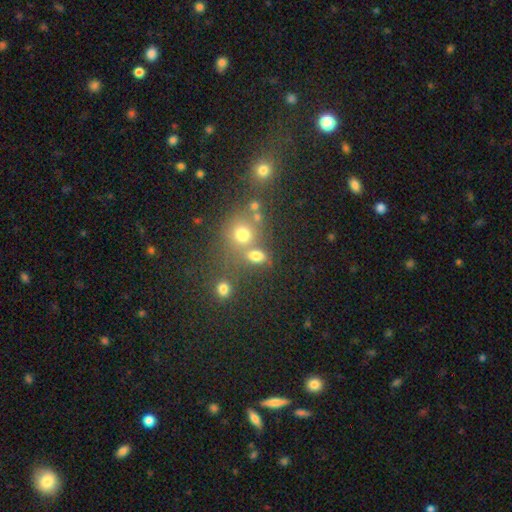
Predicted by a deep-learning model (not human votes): Q: Smooth or featured?
A: smooth (73%); runner-up: star or artifact (17%)
Q: How rounded?
A: in between (54%); runner-up: round (44%)
Q: Merging?
A: none (51%); runner-up: merger (31%)